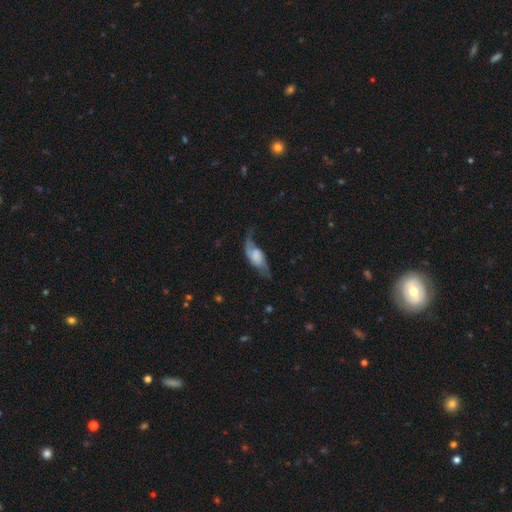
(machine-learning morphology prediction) This is possibly a featured or disk galaxy (59%). It is clearly not viewed edge-on (83%). Merging: marginally none (43%).